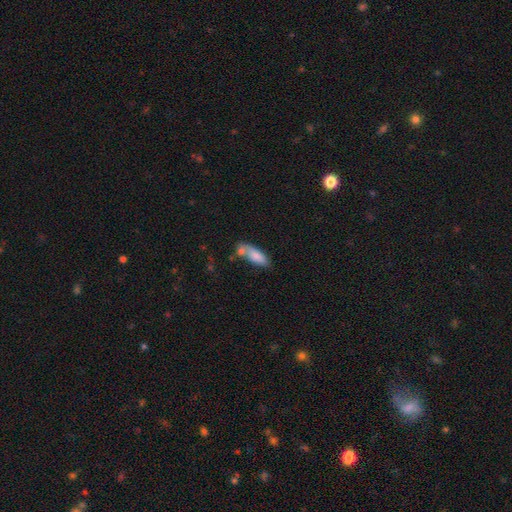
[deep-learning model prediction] Smooth or featured? Predicted: smooth (p=0.80). How rounded? Predicted: in between (p=0.67). Merging? Predicted: none (p=0.46).